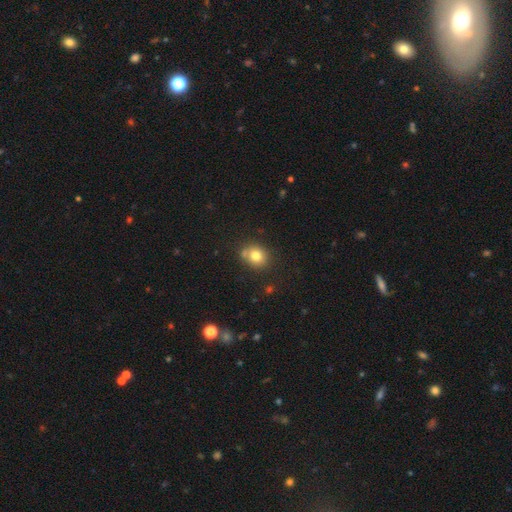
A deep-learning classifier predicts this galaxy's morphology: smooth-or-featured: smooth: 78% | star or artifact: 11% | featured or disk: 10%
  how-rounded: round: 70% | in between: 30% | cigar-shaped: 1%
  merging: none: 71% | minor disturbance: 14% | merger: 11% | major disturbance: 4%